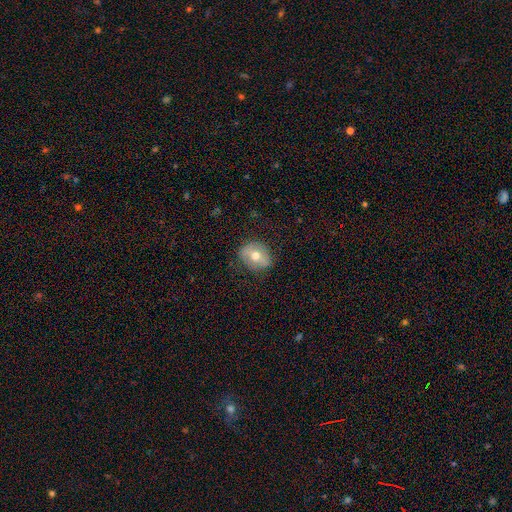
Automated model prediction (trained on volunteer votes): Overall: smooth (60%; featured or disk 31%). How rounded: round (55%; in between 44%). Merging: none (79%).